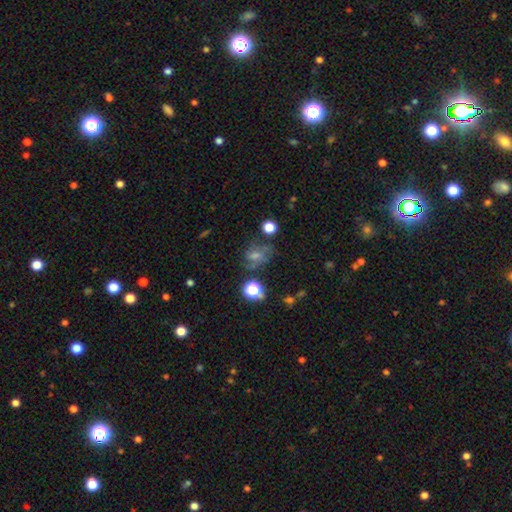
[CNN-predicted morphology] Smooth or featured? featured or disk (35%)
Merging? none (62%)